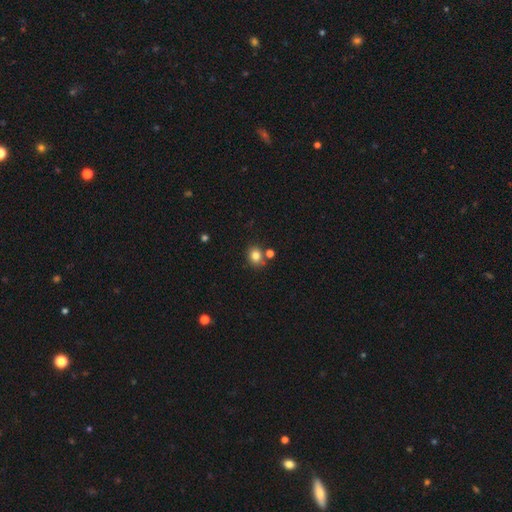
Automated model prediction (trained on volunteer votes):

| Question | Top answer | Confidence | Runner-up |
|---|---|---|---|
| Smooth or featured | smooth | 81% | star or artifact (12%) |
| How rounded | round | 64% | in between (35%) |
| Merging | none | 70% | merger (15%) |